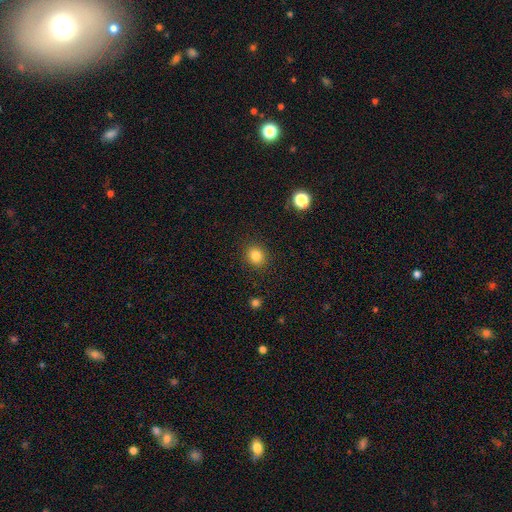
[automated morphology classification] Smooth or featured: smooth — 83% (star or artifact — 12%)
How rounded: round — 77% (in between — 22%)
Merging: none — 90% (minor disturbance — 7%)